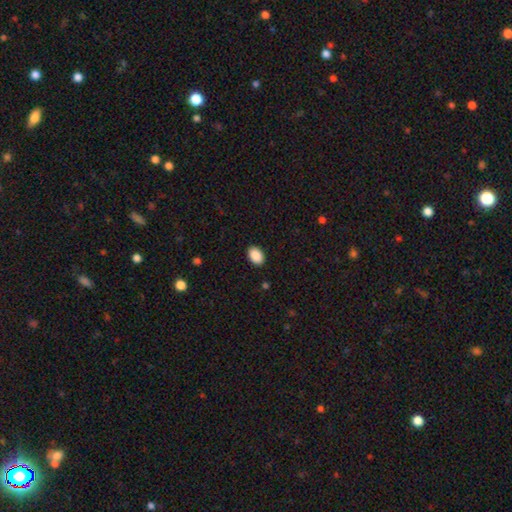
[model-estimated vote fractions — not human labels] smooth-or-featured: smooth: 89% | star or artifact: 8% | featured or disk: 3%
  how-rounded: in between: 85% | round: 14% | cigar-shaped: 1%
  merging: none: 90% | minor disturbance: 7% | major disturbance: 2% | merger: 1%